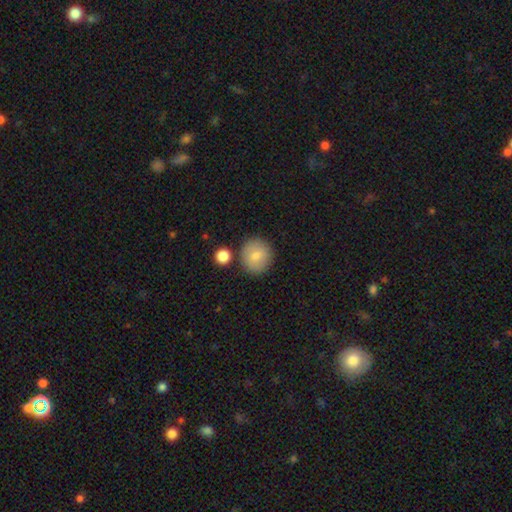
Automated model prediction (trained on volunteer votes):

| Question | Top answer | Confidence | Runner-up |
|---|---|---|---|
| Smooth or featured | smooth | 80% | featured or disk (12%) |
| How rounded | round | 90% | in between (10%) |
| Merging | none | 79% | minor disturbance (10%) |